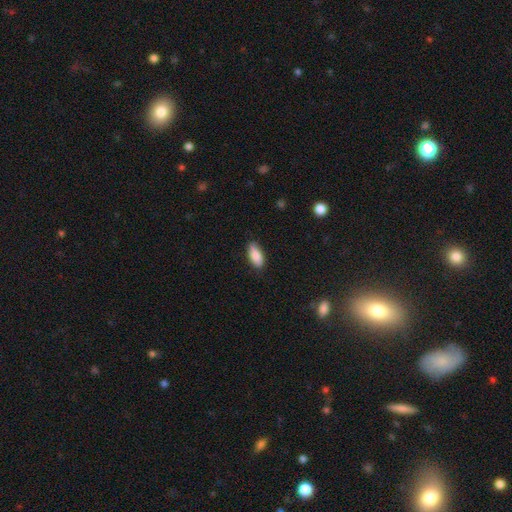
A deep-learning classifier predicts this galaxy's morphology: This appears to be a smooth galaxy with no disk features (87%) that is in between round and cigar-shaped (84%). Merging: none (83%).